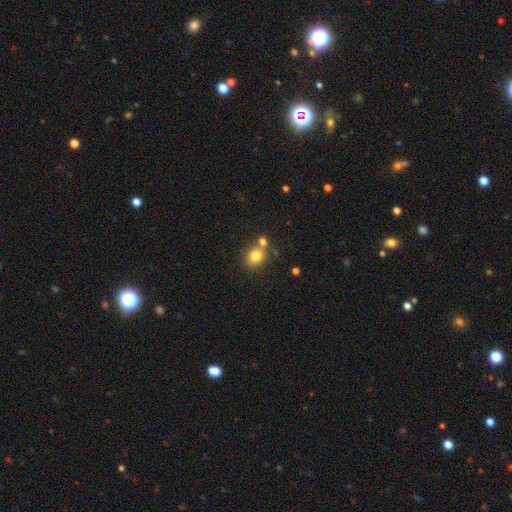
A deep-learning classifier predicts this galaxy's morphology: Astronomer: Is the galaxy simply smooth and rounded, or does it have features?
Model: smooth — 79%.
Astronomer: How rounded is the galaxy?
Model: round — 66%.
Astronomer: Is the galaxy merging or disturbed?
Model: none — 57%.